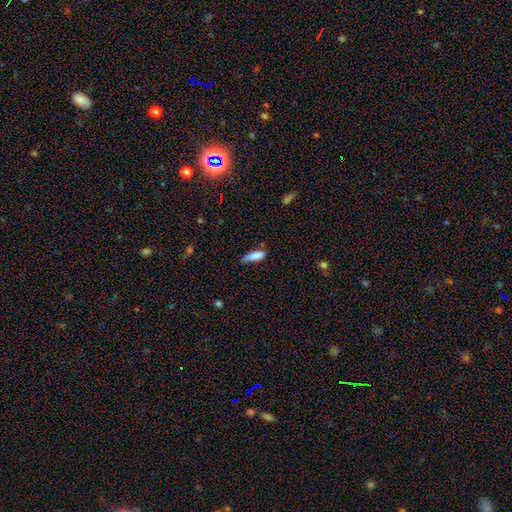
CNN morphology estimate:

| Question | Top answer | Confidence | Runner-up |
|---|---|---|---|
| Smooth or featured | smooth | 84% | featured or disk (8%) |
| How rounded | in between | 58% | cigar-shaped (40%) |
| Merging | none | 43% | minor disturbance (41%) |